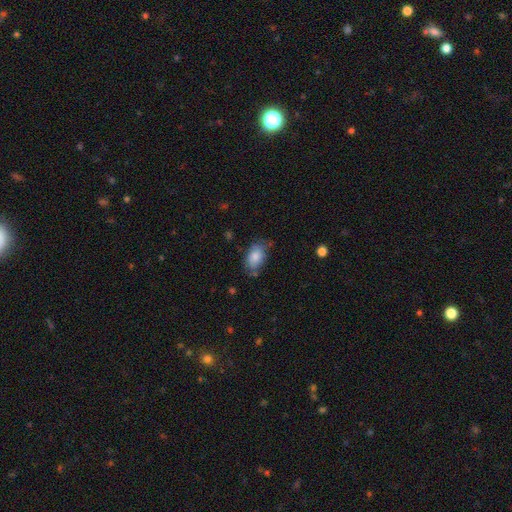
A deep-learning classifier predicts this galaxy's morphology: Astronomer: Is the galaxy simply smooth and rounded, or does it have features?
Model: smooth — 82%.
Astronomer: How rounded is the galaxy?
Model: in between — 89%.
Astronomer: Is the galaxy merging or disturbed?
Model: none — 65%.